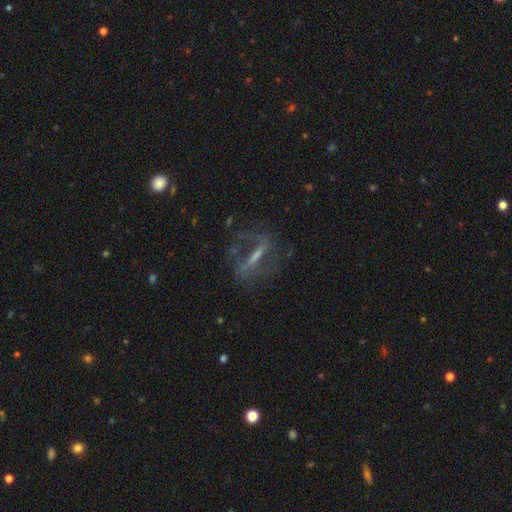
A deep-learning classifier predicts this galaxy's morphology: type=featured or disk (69%); edge-on=no (71%); merging=none (65%).